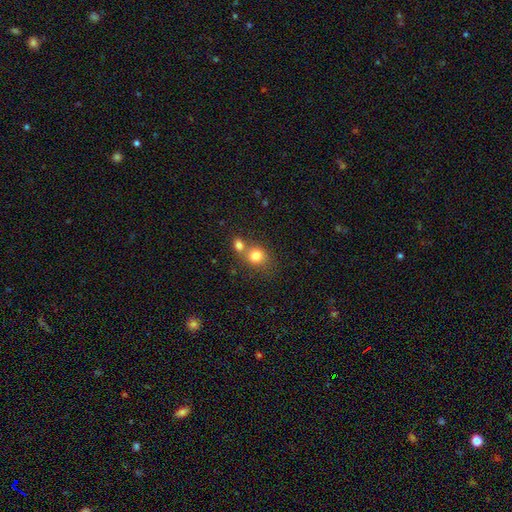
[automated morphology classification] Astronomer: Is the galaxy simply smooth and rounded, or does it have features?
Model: smooth — 80%.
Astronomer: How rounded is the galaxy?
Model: round — 76%.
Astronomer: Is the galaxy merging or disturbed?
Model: merger — 45% (runner-up: none, 43%).